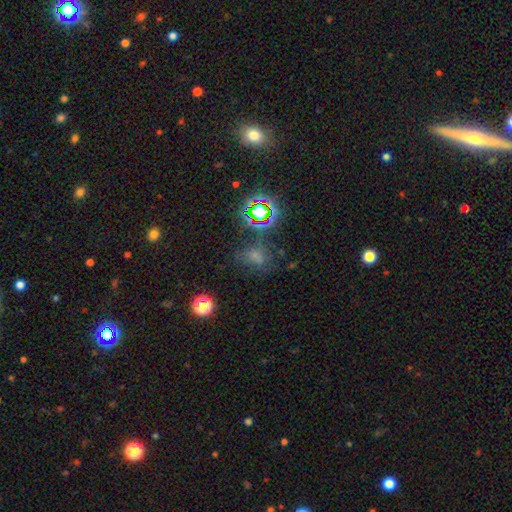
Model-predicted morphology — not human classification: A smooth galaxy with no disk features (49%).

Vote fractions:
- Smooth or featured? smooth: 49% / star or artifact: 38% / featured or disk: 13%
- Merging? none: 58% / minor disturbance: 20% / major disturbance: 14% / merger: 8%